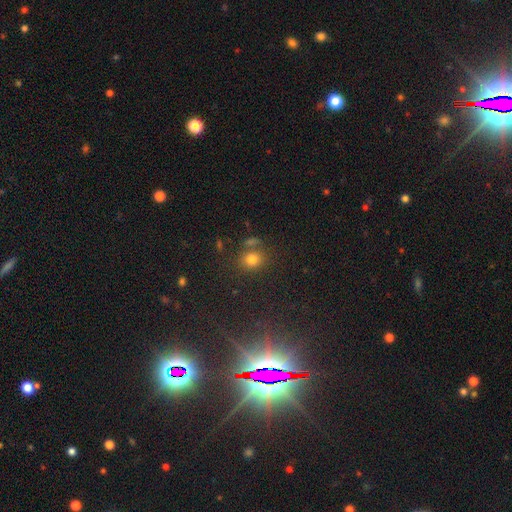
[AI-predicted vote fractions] Smooth or featured: star or artifact — 48% (smooth — 43%)